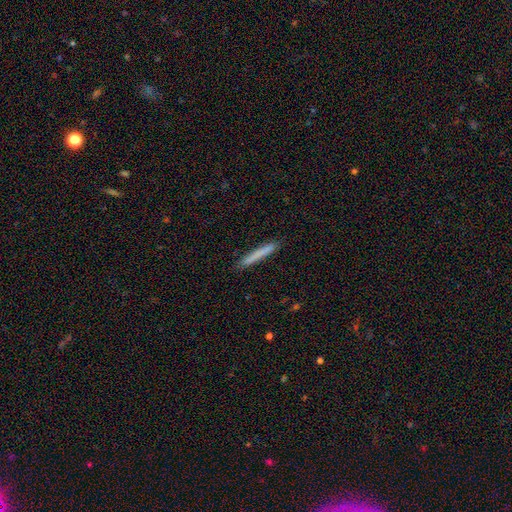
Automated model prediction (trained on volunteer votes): A smooth galaxy with no disk features (76%) that is cigar-shaped (97%). Merging: none (90%).